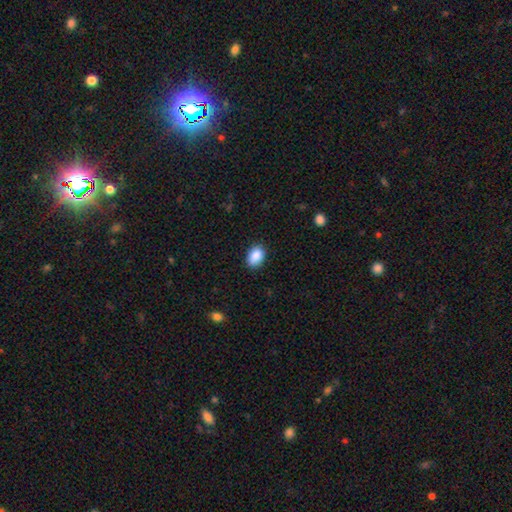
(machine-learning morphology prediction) smooth_or_featured: smooth (p=0.89) [alt: star or artifact p=0.07]
how_rounded: in between (p=0.84) [alt: round p=0.15]
merging: none (p=0.85) [alt: minor disturbance p=0.11]